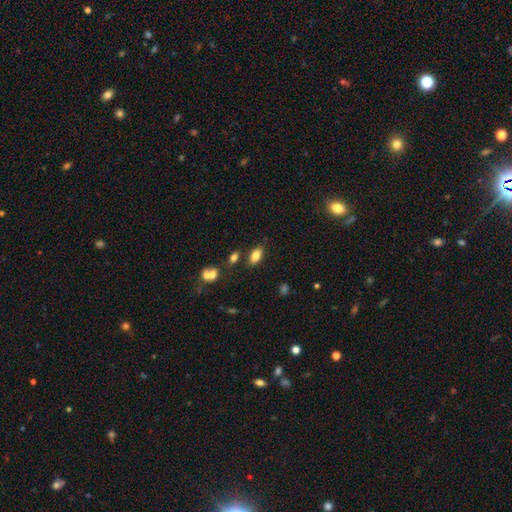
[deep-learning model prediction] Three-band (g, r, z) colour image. It shows a smooth galaxy with no disk features (82%) that is in between round and cigar-shaped (90%). Merging: none (78%).